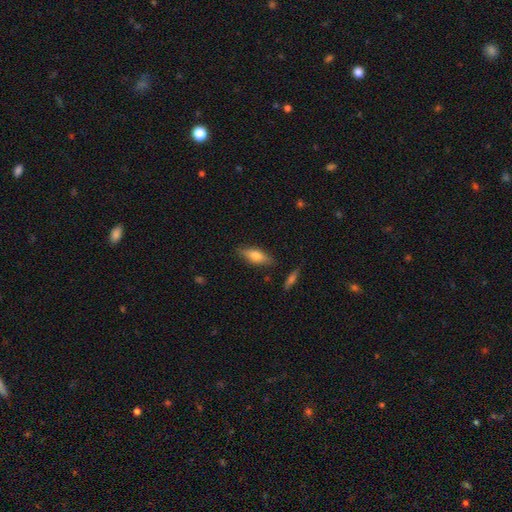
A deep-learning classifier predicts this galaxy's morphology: smooth-or-featured: smooth: 61% | featured or disk: 32% | star or artifact: 7%
  how-rounded: in between: 57% | cigar-shaped: 40% | round: 3%
  merging: none: 82% | minor disturbance: 13% | major disturbance: 3% | merger: 2%